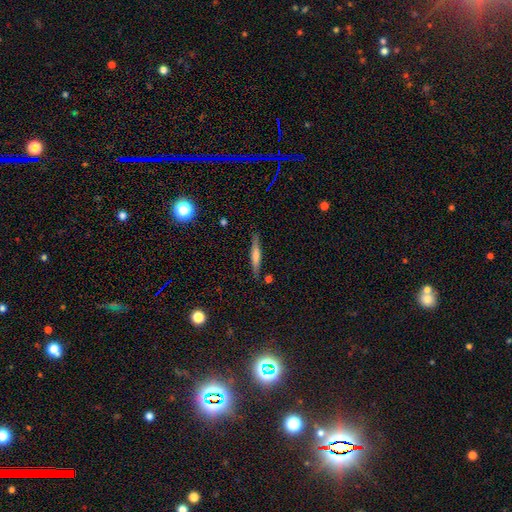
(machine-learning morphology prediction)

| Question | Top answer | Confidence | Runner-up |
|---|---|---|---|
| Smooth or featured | featured or disk | 49% | smooth (44%) |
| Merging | none | 87% | minor disturbance (9%) |